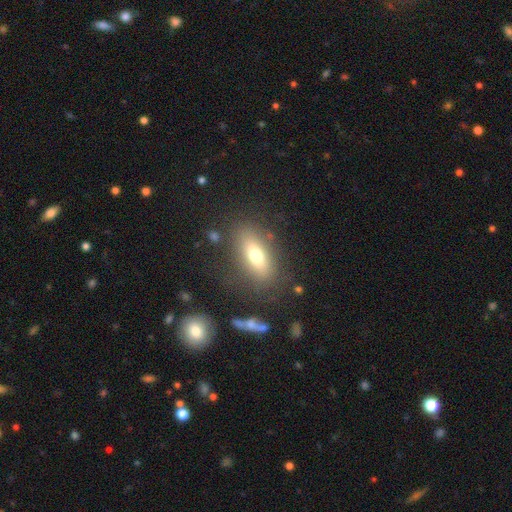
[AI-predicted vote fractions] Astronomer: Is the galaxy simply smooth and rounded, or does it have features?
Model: smooth — 67%.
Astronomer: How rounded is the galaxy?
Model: in between — 77%.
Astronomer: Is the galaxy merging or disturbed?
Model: none — 77%.